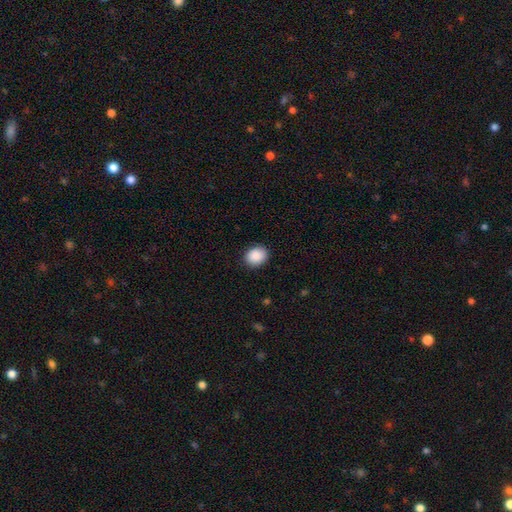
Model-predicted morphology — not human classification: Smooth or featured? smooth (90%)
How rounded? round (51%)
Merging? none (89%)